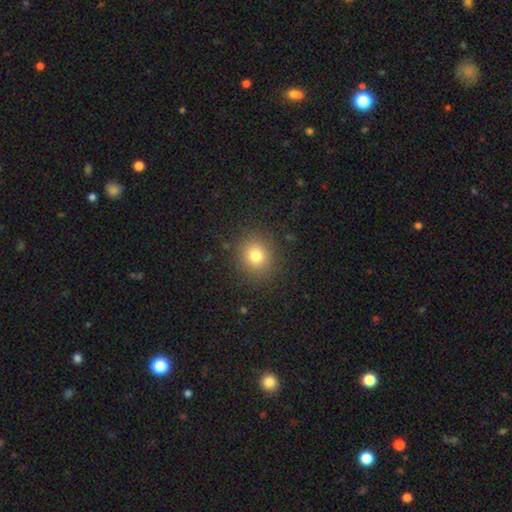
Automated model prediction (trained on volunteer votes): smooth_or_featured: smooth (p=0.78) [alt: star or artifact p=0.14]
how_rounded: round (p=0.81) [alt: in between p=0.19]
merging: none (p=0.88) [alt: minor disturbance p=0.08]